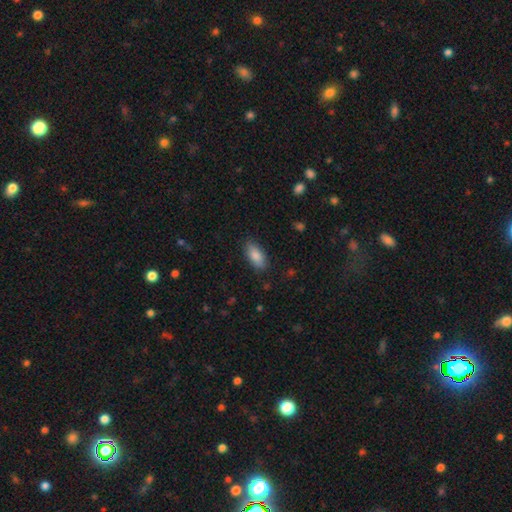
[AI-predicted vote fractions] A smooth galaxy with no disk features (86%) that is in between round and cigar-shaped (89%).

Vote fractions:
- Smooth or featured? smooth: 86% / featured or disk: 7% / star or artifact: 6%
- How rounded? in between: 89% / cigar-shaped: 8% / round: 2%
- Merging? none: 85% / minor disturbance: 11% / major disturbance: 3% / merger: 1%